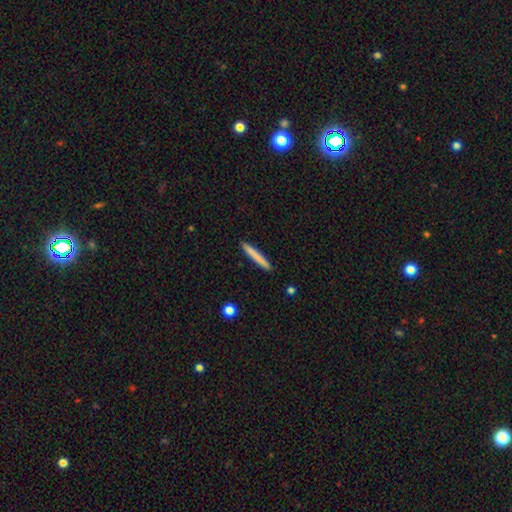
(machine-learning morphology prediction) smooth 76%, featured or disk 18%, star or artifact 6%. Down the decision tree: how rounded — cigar-shaped (96%); merging — none (91%).